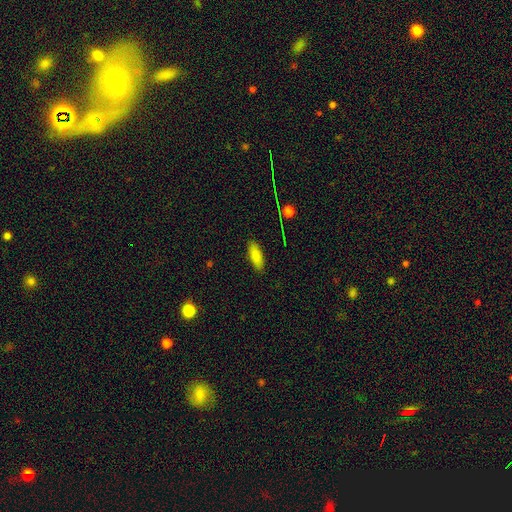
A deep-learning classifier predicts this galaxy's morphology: smooth 84%, star or artifact 9%, featured or disk 7%. Down the decision tree: how rounded — in between (69%); merging — none (88%).